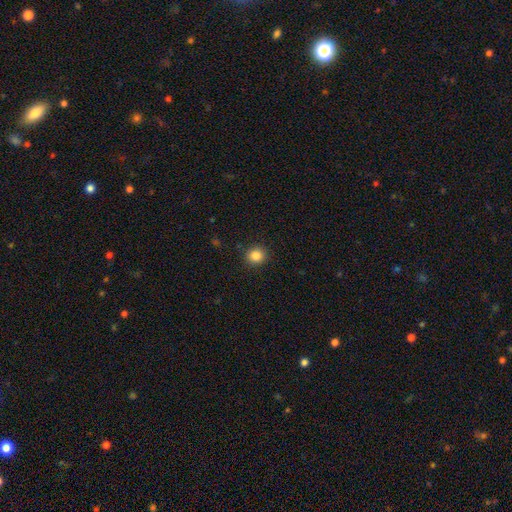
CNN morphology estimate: smooth-or-featured: smooth: 85% | star or artifact: 11% | featured or disk: 4%
  how-rounded: round: 90% | in between: 9% | cigar-shaped: 1%
  merging: none: 91% | minor disturbance: 6% | major disturbance: 2% | merger: 1%